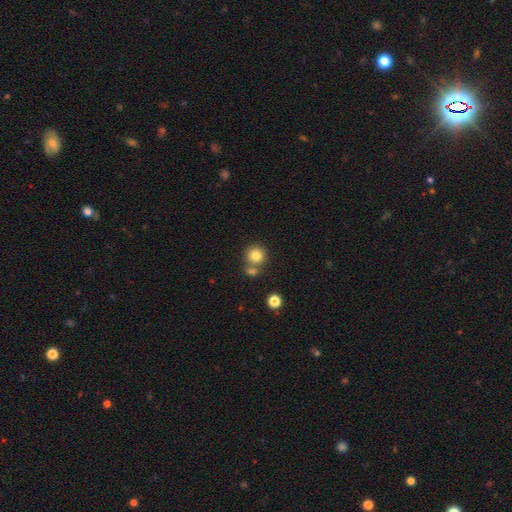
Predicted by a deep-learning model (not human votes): Overall: smooth (81%). How rounded: round (91%). Merging: none (63%; merger 26%).